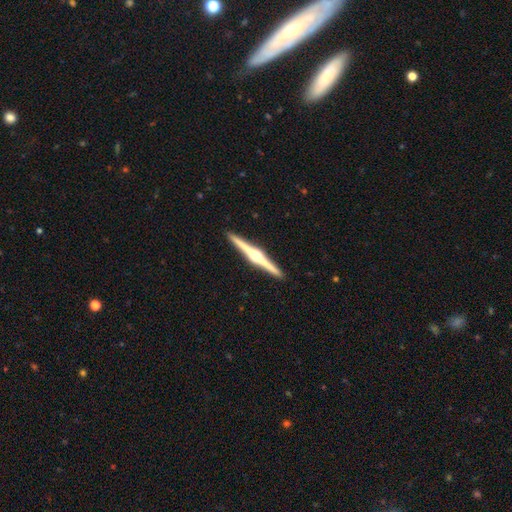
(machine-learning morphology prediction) Overall: featured or disk (87%). Edge-on disk: yes (99%). Edge-on bulge: rounded (95%). Merging: none (93%).